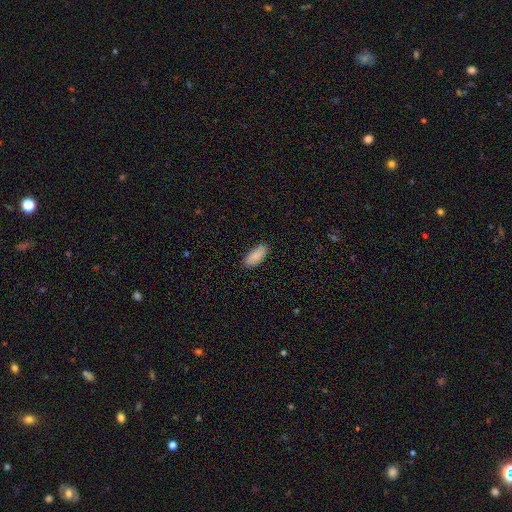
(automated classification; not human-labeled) Smooth or featured? smooth (86%)
How rounded? in between (87%)
Merging? none (81%)